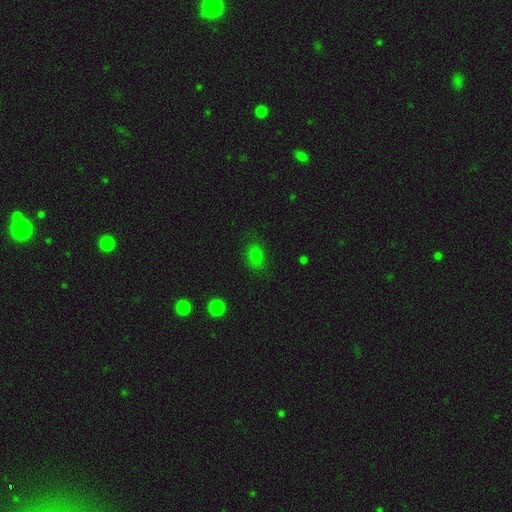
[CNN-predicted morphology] type=smooth (79%); roundness=in between (72%); merging=none (79%).